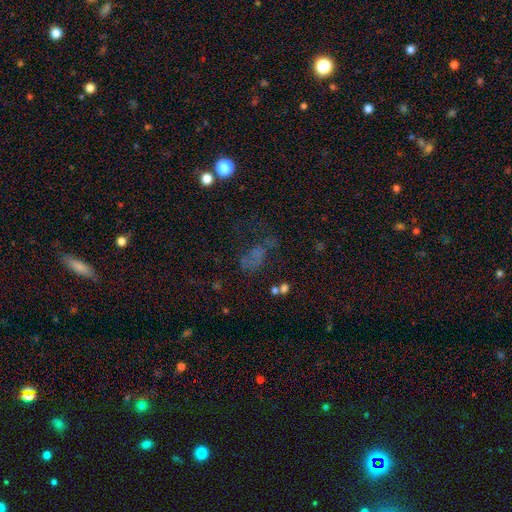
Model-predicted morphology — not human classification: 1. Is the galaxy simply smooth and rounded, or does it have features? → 38% smooth, 34% star or artifact, 28% featured or disk.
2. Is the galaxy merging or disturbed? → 38% none, 35% major disturbance, 19% minor disturbance, 8% merger.